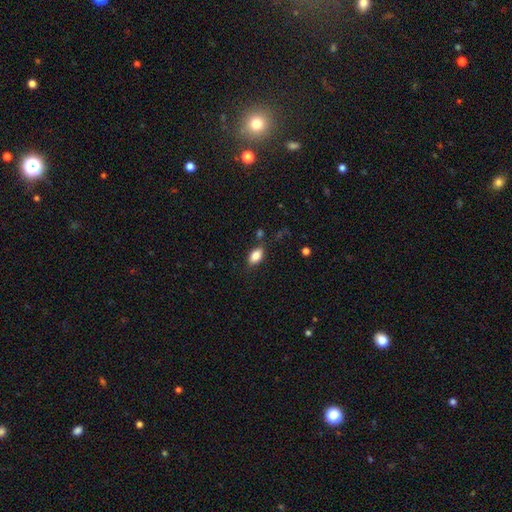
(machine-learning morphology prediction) The model was most divided on "merging": none: 77%, minor disturbance: 14%, merger: 5%, major disturbance: 4%. More confident: how rounded — in between (90%); smooth or featured — smooth (83%).